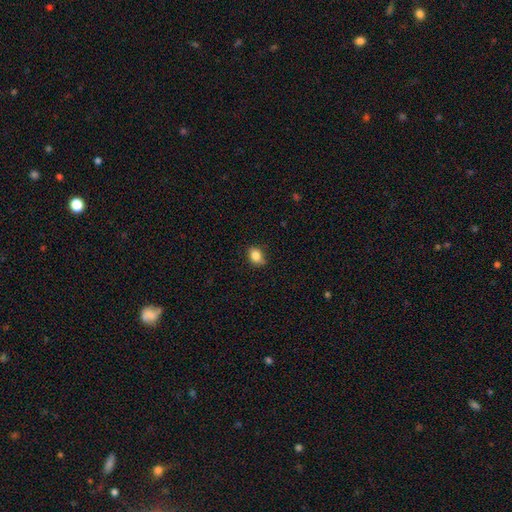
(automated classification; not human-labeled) Overall: smooth (85%). How rounded: in between (63%; round 36%). Merging: none (73%).